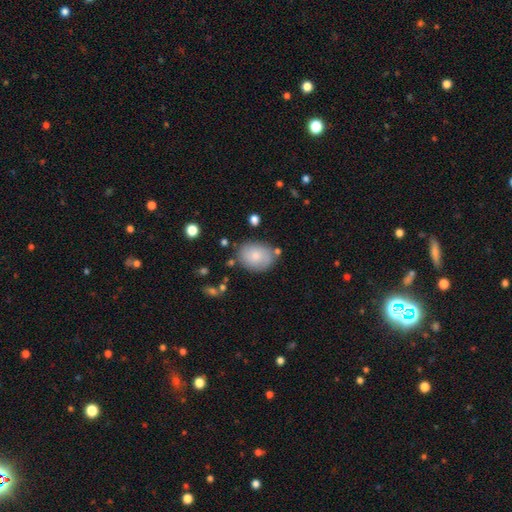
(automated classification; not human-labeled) smooth-or-featured: smooth: 79% | featured or disk: 14% | star or artifact: 7%
  how-rounded: in between: 62% | round: 37% | cigar-shaped: 1%
  merging: none: 75% | minor disturbance: 16% | merger: 5% | major disturbance: 4%